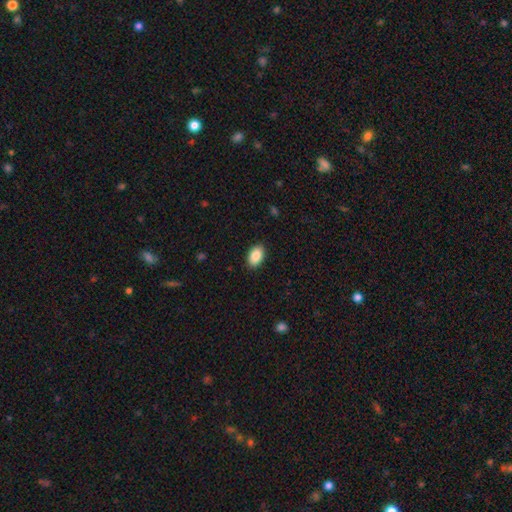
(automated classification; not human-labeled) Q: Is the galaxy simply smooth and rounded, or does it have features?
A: smooth — 89%.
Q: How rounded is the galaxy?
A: in between — 92%.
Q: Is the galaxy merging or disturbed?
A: none — 89%.